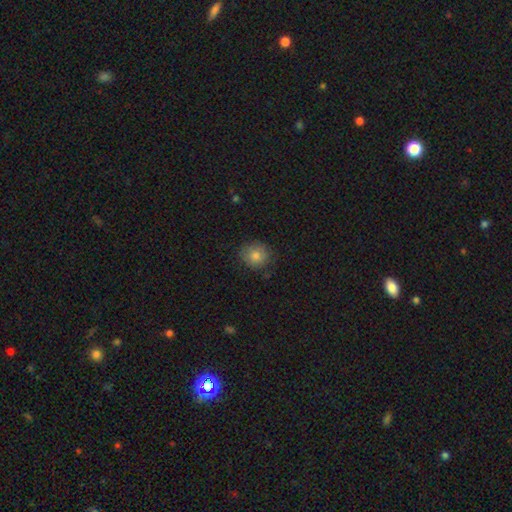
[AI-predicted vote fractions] smooth_or_featured: smooth (p=0.80) [alt: star or artifact p=0.10]
how_rounded: round (p=0.86) [alt: in between p=0.13]
merging: none (p=0.81) [alt: minor disturbance p=0.14]